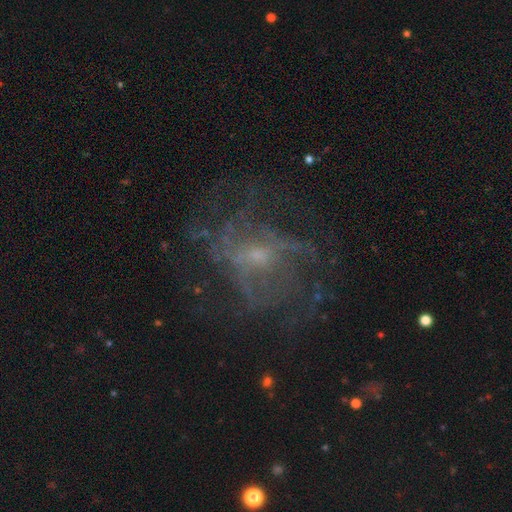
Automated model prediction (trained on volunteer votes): smooth-or-featured: featured or disk: 70% | star or artifact: 17% | smooth: 13%
  disk-edge-on: no: 97% | yes: 3%
    bar: no: 67% | weak: 28% | strong: 5%
    has-spiral-arms: yes: 55% | no: 45%
    bulge-size: small: 61% | moderate: 27% | none: 9% | large: 2% | dominant: 1%
  merging: none: 55% | major disturbance: 27% | minor disturbance: 16% | merger: 2%